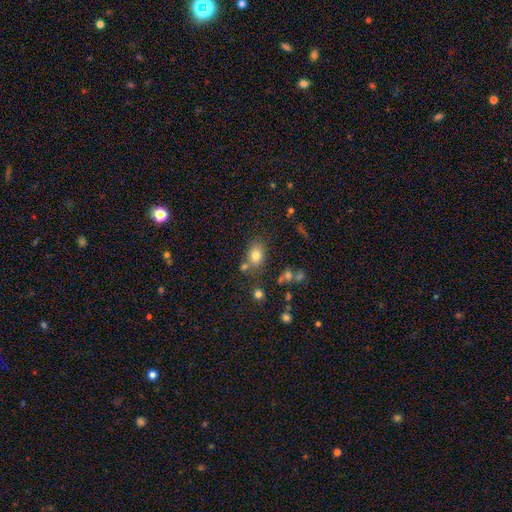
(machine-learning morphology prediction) Smooth or featured? Predicted: smooth (p=0.77). How rounded? Predicted: in between (p=0.69). Merging? Predicted: none (p=0.66).